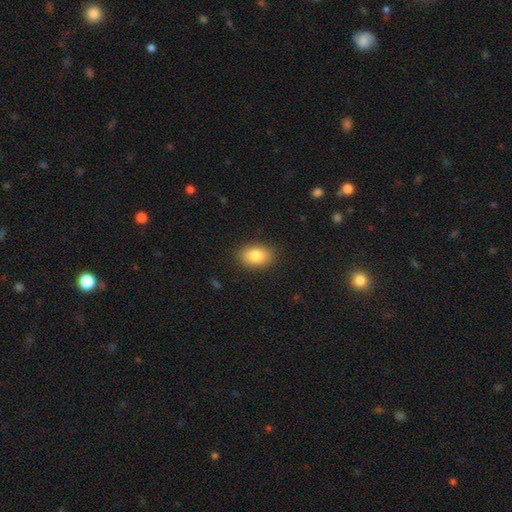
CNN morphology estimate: A smooth galaxy with no disk features (83%) that is in between round and cigar-shaped (83%).

Vote fractions:
- Smooth or featured? smooth: 83% / featured or disk: 9% / star or artifact: 8%
- How rounded? in between: 83% / round: 16% / cigar-shaped: 1%
- Merging? none: 87% / minor disturbance: 9% / major disturbance: 2% / merger: 1%